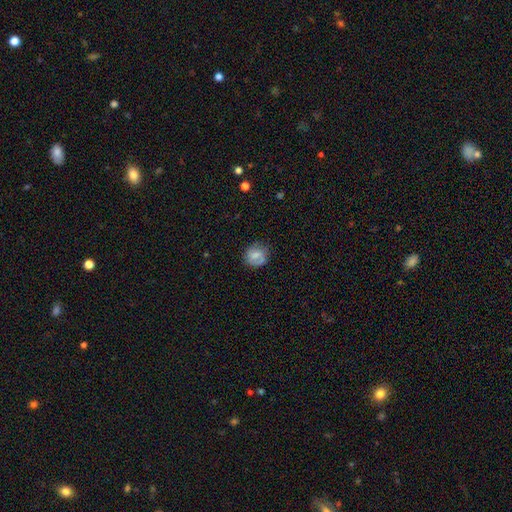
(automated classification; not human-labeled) A smooth galaxy with no disk features (62%) that is round (77%). Merging: none (68%).